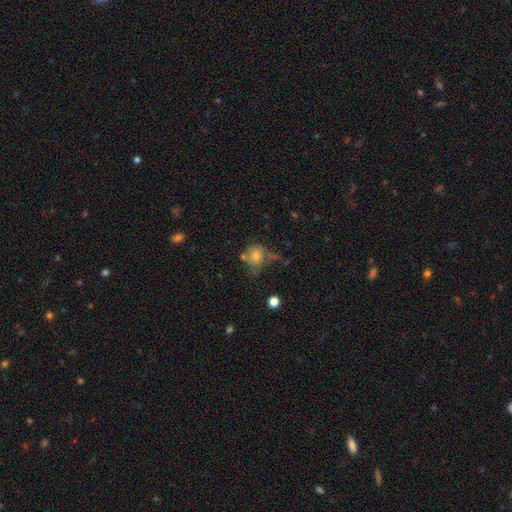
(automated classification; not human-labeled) A smooth galaxy with no disk features (66%) that is round (71%).

Vote fractions:
- Smooth or featured? smooth: 66% / featured or disk: 20% / star or artifact: 14%
- How rounded? round: 71% / in between: 27% / cigar-shaped: 1%
- Merging? none: 43% / minor disturbance: 25% / major disturbance: 19% / merger: 14%